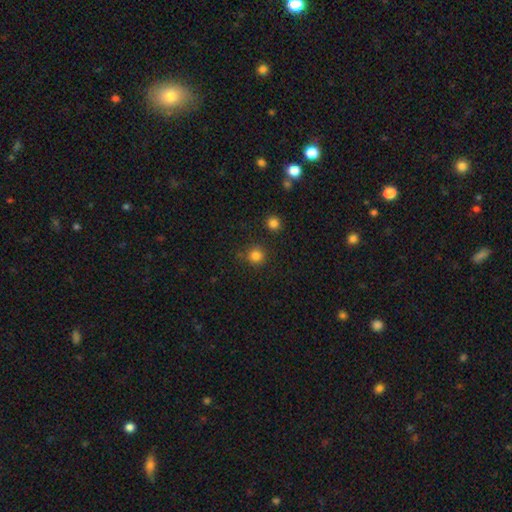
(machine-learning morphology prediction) Smooth or featured? smooth (82%)
How rounded? round (94%)
Merging? none (86%)